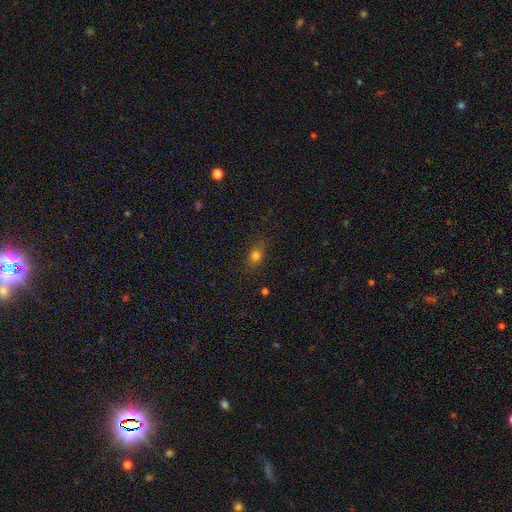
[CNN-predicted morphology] type=smooth (76%); roundness=in between (52%); merging=none (81%).